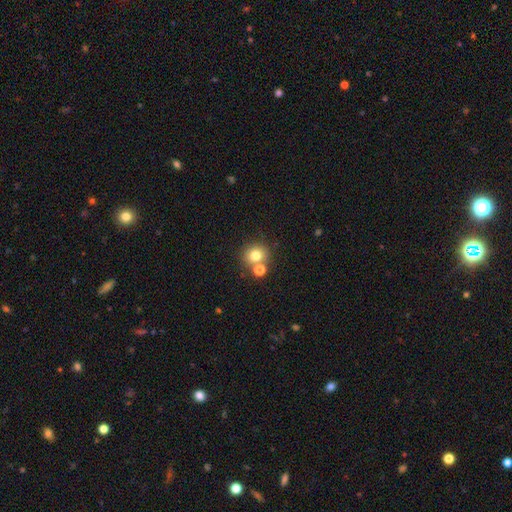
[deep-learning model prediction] smooth 76%, star or artifact 14%, featured or disk 10%. Down the decision tree: how rounded — round (87%); merging — none (65%).